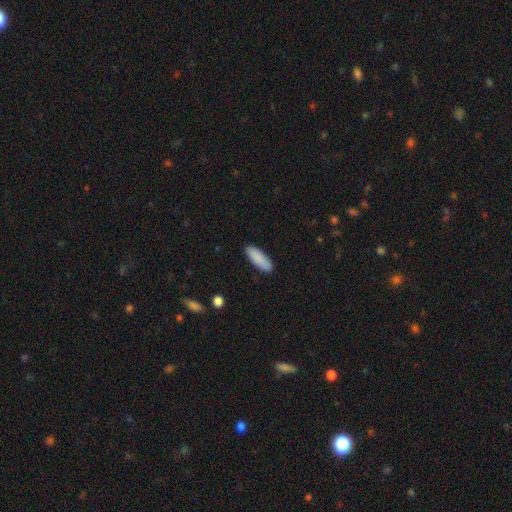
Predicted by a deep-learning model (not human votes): smooth-or-featured: smooth: 88% | star or artifact: 7% | featured or disk: 6%
  how-rounded: in between: 56% | cigar-shaped: 42% | round: 2%
  merging: none: 89% | minor disturbance: 8% | major disturbance: 2% | merger: 1%